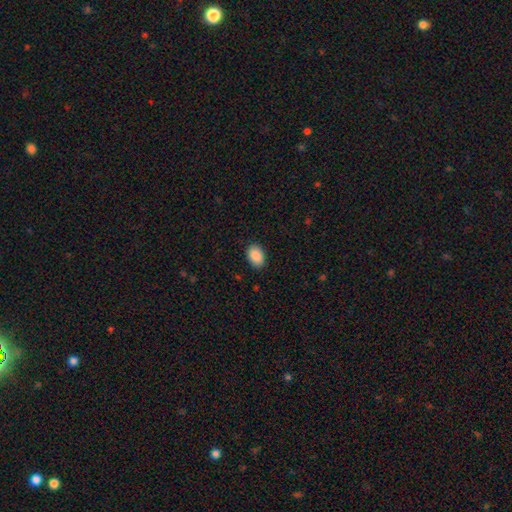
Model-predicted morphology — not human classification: Q: Smooth or featured?
A: smooth (90%); runner-up: star or artifact (7%)
Q: How rounded?
A: in between (84%); runner-up: round (15%)
Q: Merging?
A: none (88%); runner-up: minor disturbance (9%)